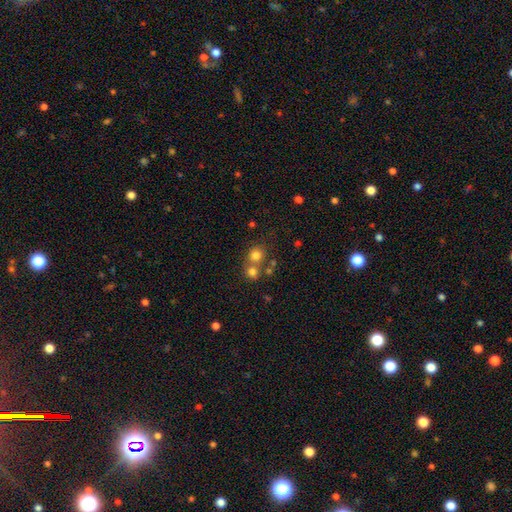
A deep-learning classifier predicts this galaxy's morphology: Q: Smooth or featured?
A: smooth (76%); runner-up: star or artifact (15%)
Q: How rounded?
A: round (85%); runner-up: in between (14%)
Q: Merging?
A: none (52%); runner-up: merger (39%)